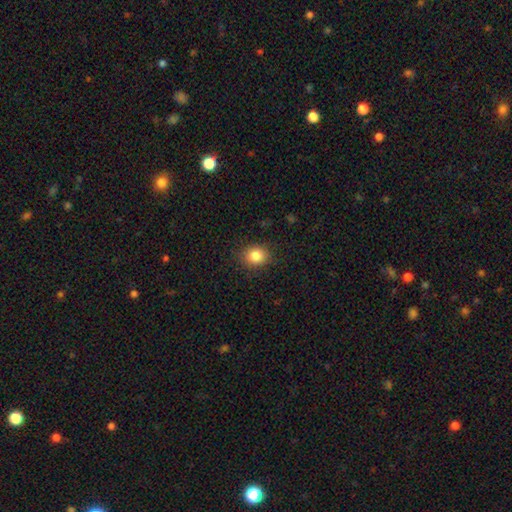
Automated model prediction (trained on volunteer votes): Smooth or featured: smooth — 84% (star or artifact — 10%)
How rounded: round — 67% (in between — 33%)
Merging: none — 87% (minor disturbance — 10%)